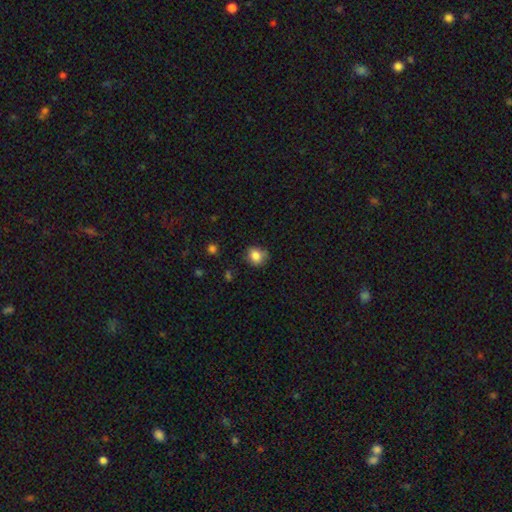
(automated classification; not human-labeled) Overall: smooth (82%). How rounded: round (66%; in between 33%). Merging: none (69%).